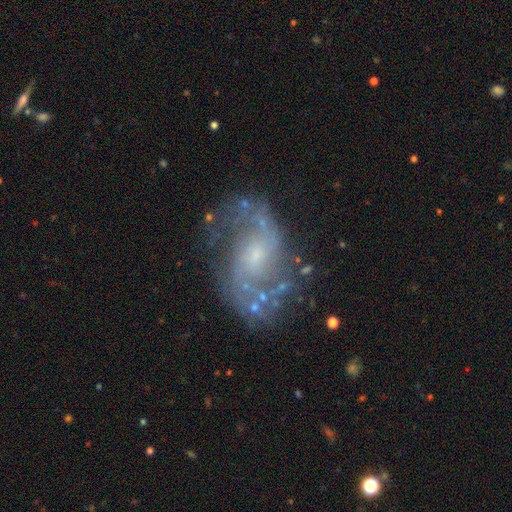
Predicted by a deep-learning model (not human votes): This is clearly a featured or disk galaxy (86%). It is clearly not viewed edge-on (97%). Bar: possibly no (56%). Spiral arm pattern: clearly yes (94%). Spiral arm count: clearly 2 (85%). Spiral winding: possibly medium (50%). Central bulge: possibly small (59%). Merging: likely none (70%).